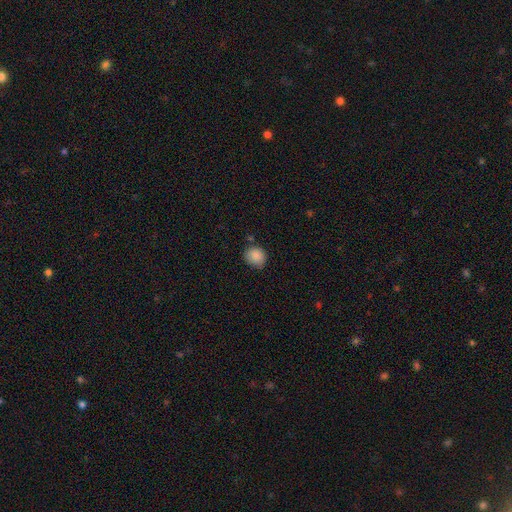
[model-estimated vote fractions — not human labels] smooth 87%, star or artifact 9%, featured or disk 4%. Down the decision tree: how rounded — round (77%); merging — none (75%).